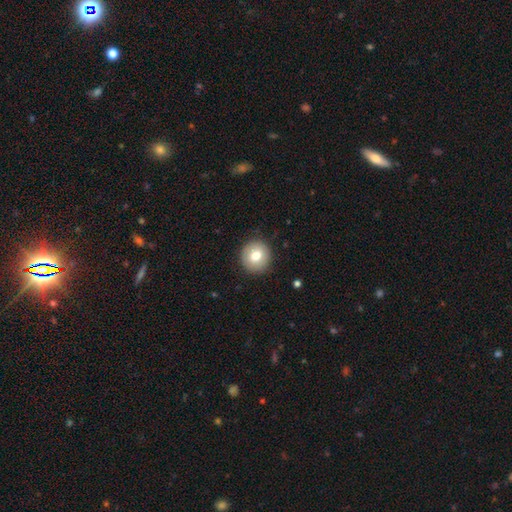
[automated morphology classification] A smooth galaxy with no disk features (76%) that is round (93%). Merging: none (90%).